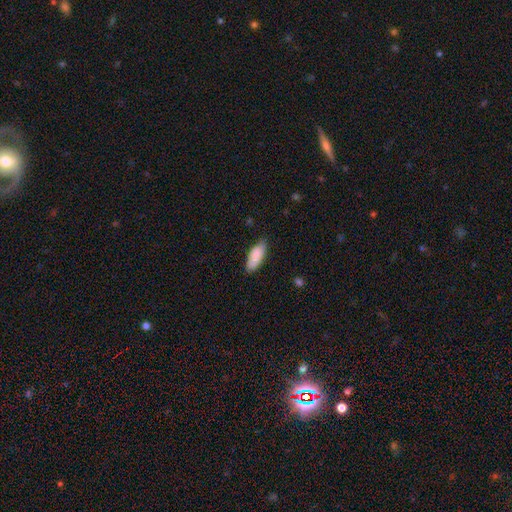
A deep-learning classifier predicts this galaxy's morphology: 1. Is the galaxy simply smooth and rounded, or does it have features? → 87% smooth, 7% featured or disk, 6% star or artifact.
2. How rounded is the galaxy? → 77% in between, 21% cigar-shaped, 2% round.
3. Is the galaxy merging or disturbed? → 75% none, 21% minor disturbance, 3% major disturbance, 1% merger.